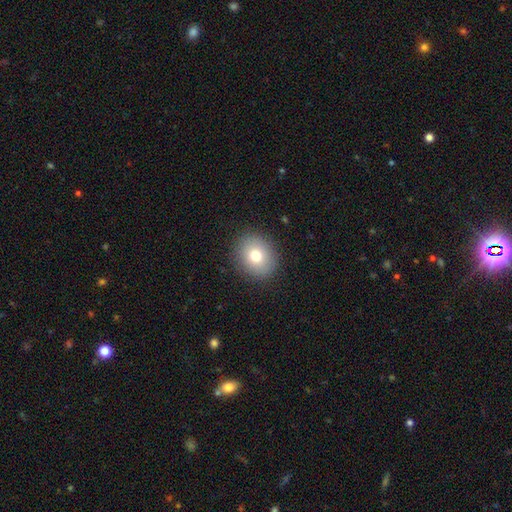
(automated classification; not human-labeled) Smooth or featured: smooth — 76% (featured or disk — 13%)
How rounded: round — 67% (in between — 32%)
Merging: none — 89% (minor disturbance — 7%)